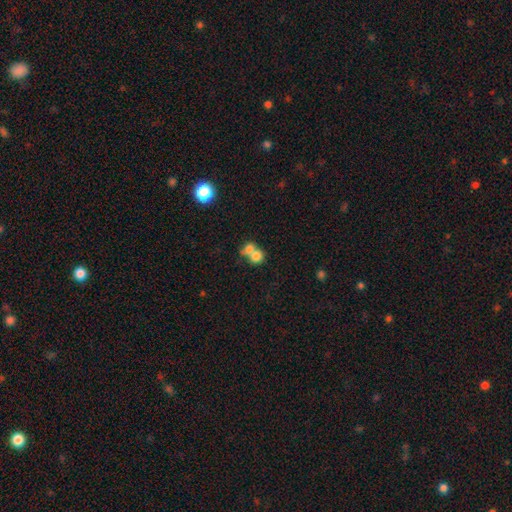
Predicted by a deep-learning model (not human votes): A smooth galaxy with no disk features (77%) that is round (70%). Merging: merger (66%).